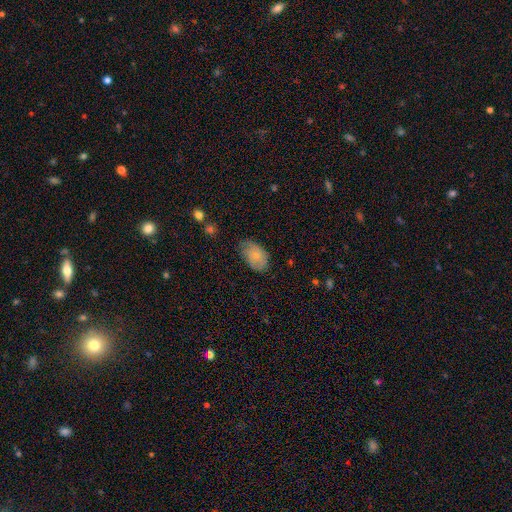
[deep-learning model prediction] Overall: smooth (73%). How rounded: in between (90%). Merging: none (58%; minor disturbance 32%).